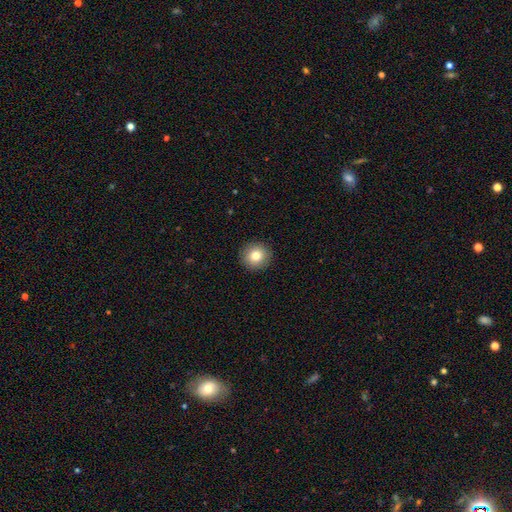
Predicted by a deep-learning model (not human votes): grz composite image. It shows a smooth galaxy with no disk features (80%) that is round (94%). Merging: none (93%).